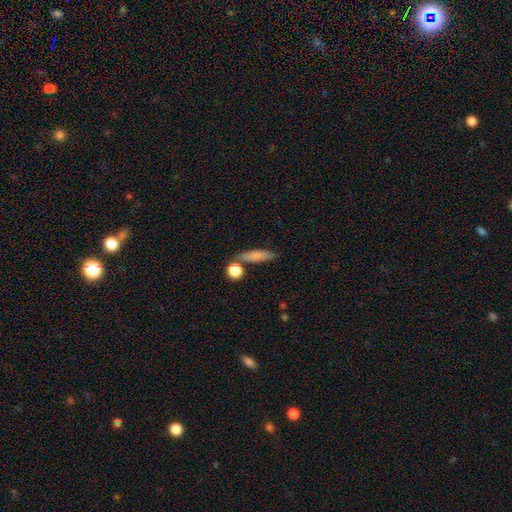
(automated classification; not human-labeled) smooth-or-featured: smooth: 80% | featured or disk: 13% | star or artifact: 7%
  how-rounded: cigar-shaped: 53% | in between: 41% | round: 6%
  merging: none: 71% | minor disturbance: 14% | merger: 12% | major disturbance: 4%